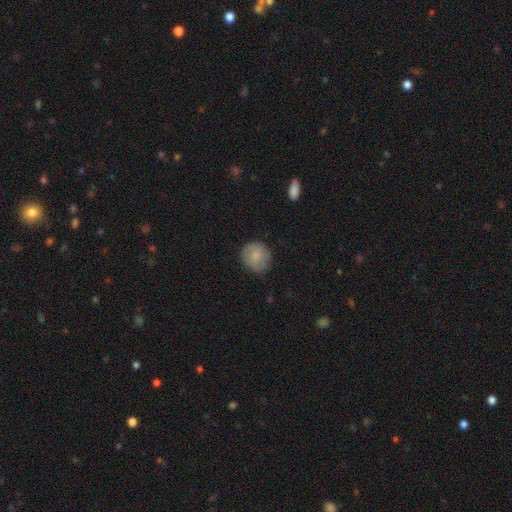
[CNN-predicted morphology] smooth_or_featured: smooth (p=0.80) [alt: featured or disk p=0.13]
how_rounded: round (p=0.89) [alt: in between p=0.10]
merging: none (p=0.80) [alt: minor disturbance p=0.15]